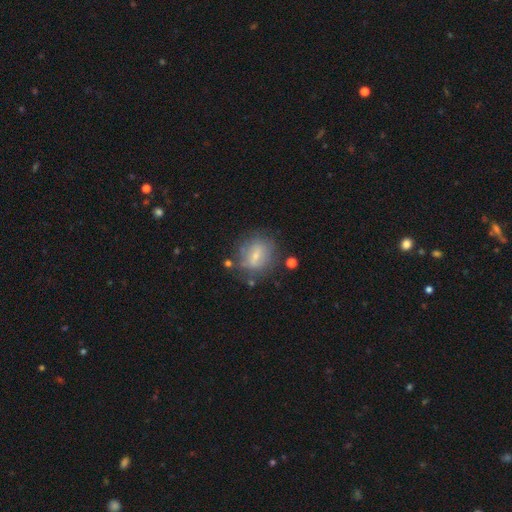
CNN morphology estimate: smooth-or-featured: smooth: 50% | featured or disk: 41% | star or artifact: 9%
  merging: none: 64% | minor disturbance: 21% | major disturbance: 10% | merger: 5%